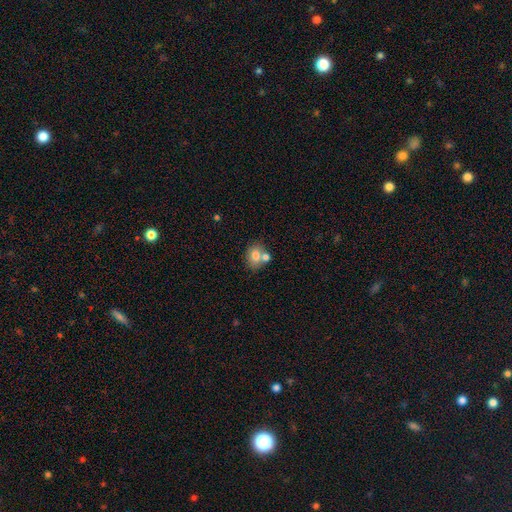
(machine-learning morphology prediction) Q: Smooth or featured?
A: smooth (75%); runner-up: featured or disk (15%)
Q: How rounded?
A: round (51%); runner-up: in between (48%)
Q: Merging?
A: none (54%); runner-up: merger (30%)